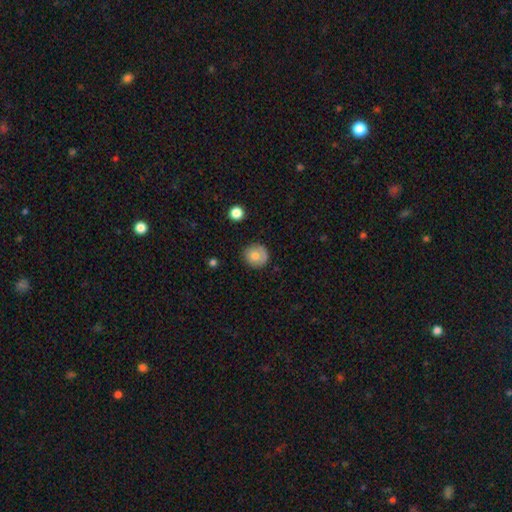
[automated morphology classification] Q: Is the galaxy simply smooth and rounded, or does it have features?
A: smooth — 73%.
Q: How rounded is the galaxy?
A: round — 91%.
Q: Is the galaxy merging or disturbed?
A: none — 80%.